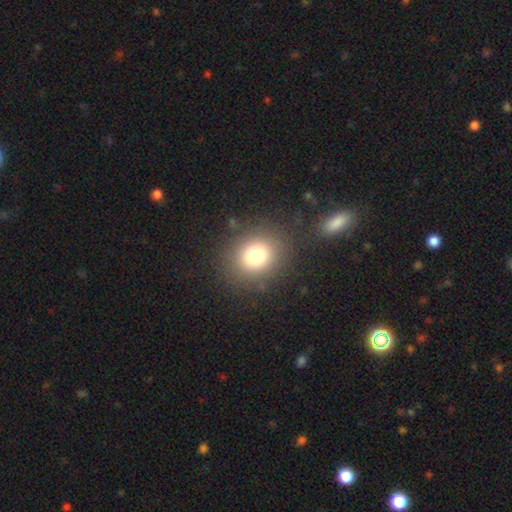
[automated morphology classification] Smooth or featured? Predicted: smooth (p=0.76). How rounded? Predicted: round (p=0.78). Merging? Predicted: none (p=0.84).